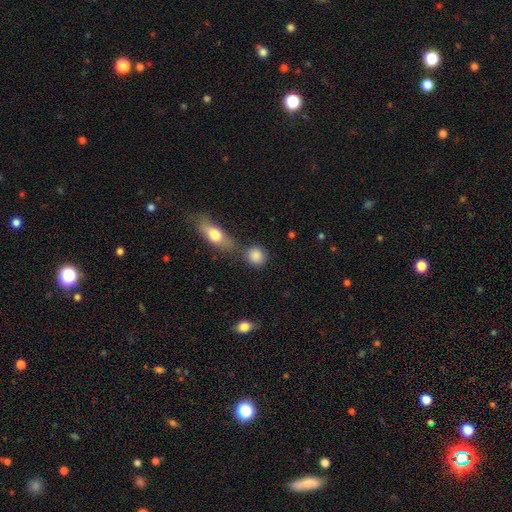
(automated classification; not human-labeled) smooth 86%, star or artifact 8%, featured or disk 6%. Down the decision tree: how rounded — round (78%); merging — none (65%).